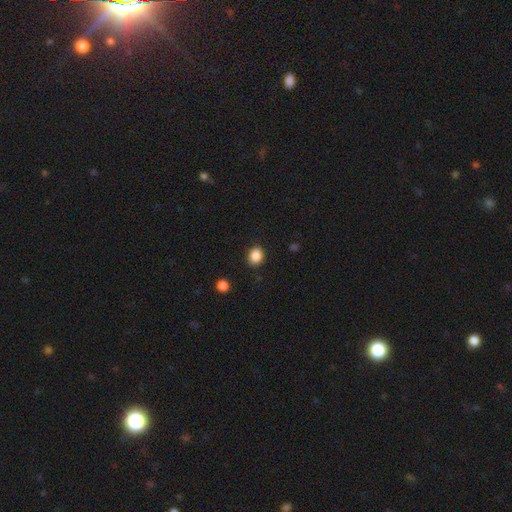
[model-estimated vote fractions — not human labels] smooth-or-featured: smooth: 87% | star or artifact: 9% | featured or disk: 3%
  how-rounded: round: 53% | in between: 46% | cigar-shaped: 1%
  merging: none: 87% | minor disturbance: 9% | major disturbance: 3% | merger: 1%